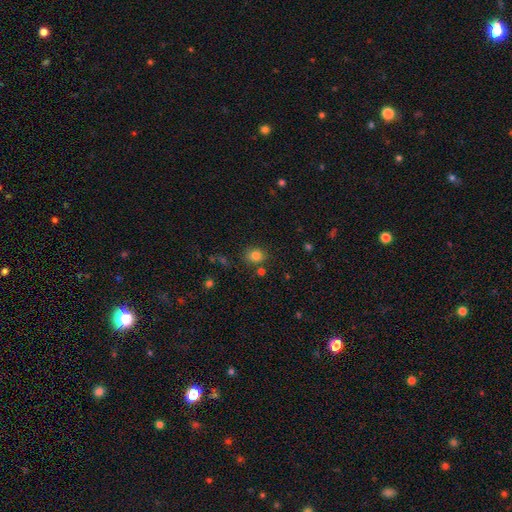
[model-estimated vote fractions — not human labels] A smooth galaxy with no disk features (81%) that is round (68%). Merging: none (80%).